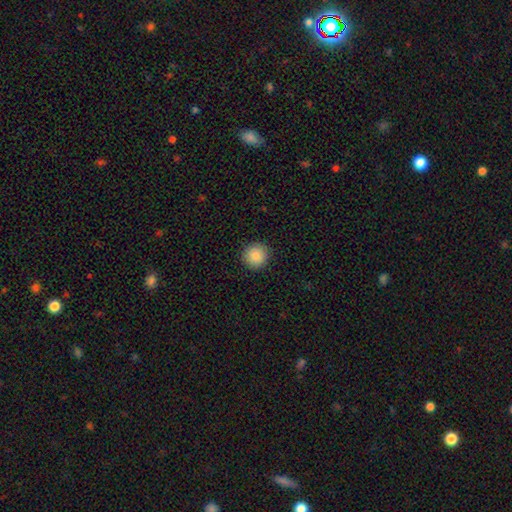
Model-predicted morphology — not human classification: The model was most divided on "smooth or featured": smooth: 88%, star or artifact: 8%, featured or disk: 4%. More confident: how rounded — round (93%); merging — none (92%).